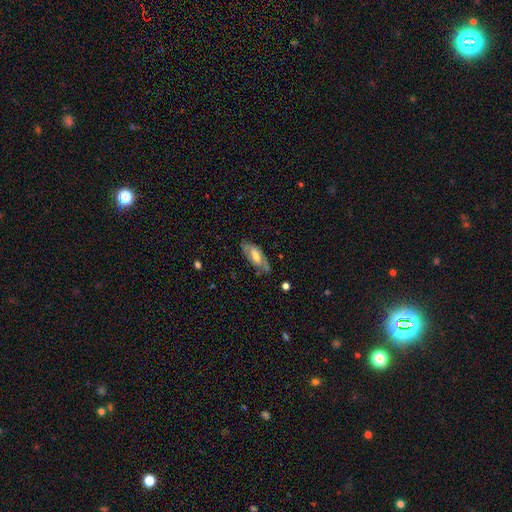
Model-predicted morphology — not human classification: smooth-or-featured: featured or disk: 59% | smooth: 34% | star or artifact: 6%
  disk-edge-on: no: 81% | yes: 19%
  merging: none: 74% | minor disturbance: 18% | major disturbance: 6% | merger: 2%